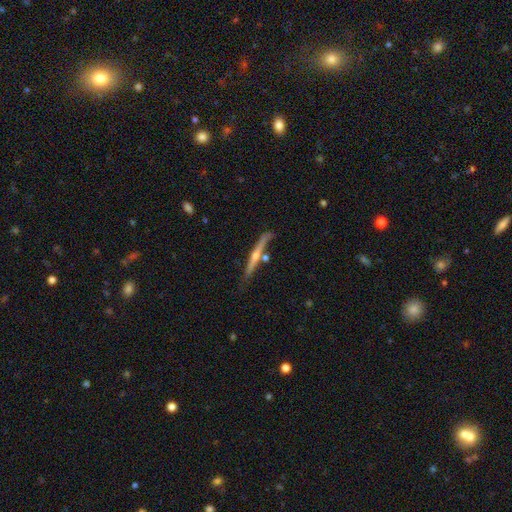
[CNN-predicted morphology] A featured or disk galaxy (73%) viewed edge-on (97%) with a rounded central bulge (81%). Merging: none (71%).